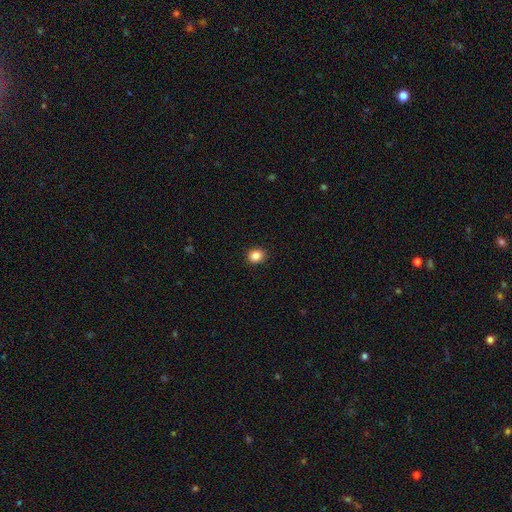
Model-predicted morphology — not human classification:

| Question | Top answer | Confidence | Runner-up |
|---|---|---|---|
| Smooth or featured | smooth | 86% | star or artifact (10%) |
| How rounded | round | 73% | in between (26%) |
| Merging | none | 91% | minor disturbance (6%) |